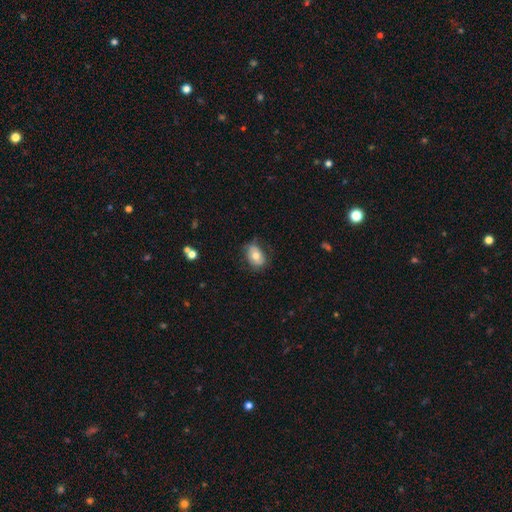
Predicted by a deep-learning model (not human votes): Q: Smooth or featured?
A: smooth (65%); runner-up: featured or disk (27%)
Q: How rounded?
A: in between (77%); runner-up: round (21%)
Q: Merging?
A: none (69%); runner-up: minor disturbance (23%)